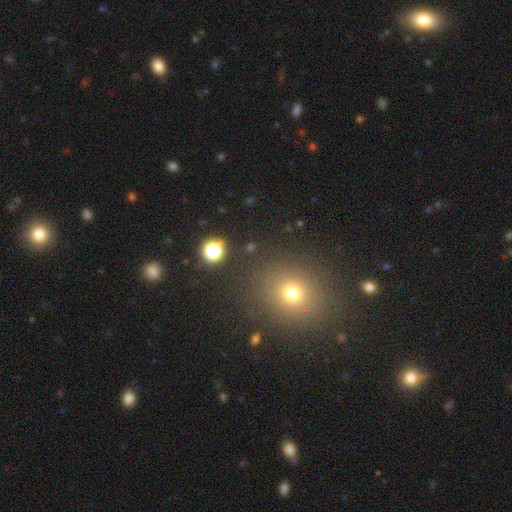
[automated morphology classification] This is possibly a smooth galaxy (58%). How rounded: likely round (72%). Merging: clearly none (89%).